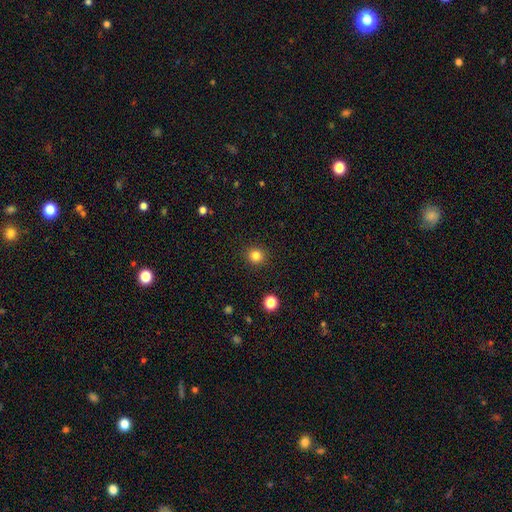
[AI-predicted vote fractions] A smooth galaxy with no disk features (82%) that is round (91%).

Vote fractions:
- Smooth or featured? smooth: 82% / star or artifact: 13% / featured or disk: 5%
- How rounded? round: 91% / in between: 8% / cigar-shaped: 1%
- Merging? none: 92% / minor disturbance: 5% / major disturbance: 2% / merger: 1%